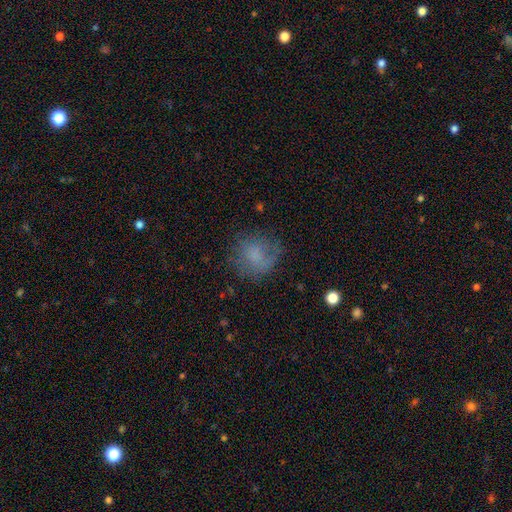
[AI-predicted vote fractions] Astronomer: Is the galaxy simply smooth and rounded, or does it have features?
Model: smooth — 69%.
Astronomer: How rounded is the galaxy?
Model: round — 81%.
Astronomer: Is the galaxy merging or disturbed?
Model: none — 62%.